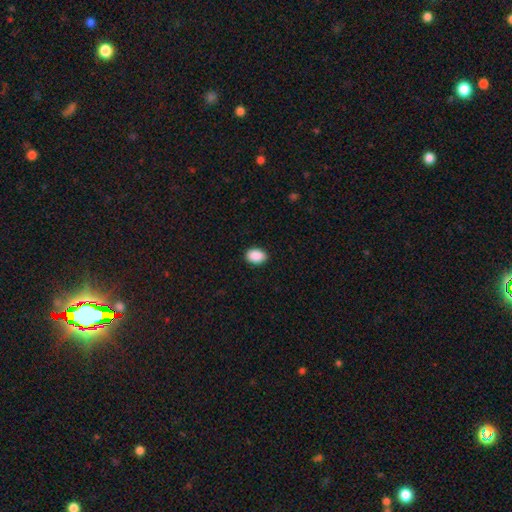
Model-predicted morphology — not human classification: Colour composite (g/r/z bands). It shows a smooth galaxy with no disk features (91%) that is in between round and cigar-shaped (79%). Merging: none (90%).